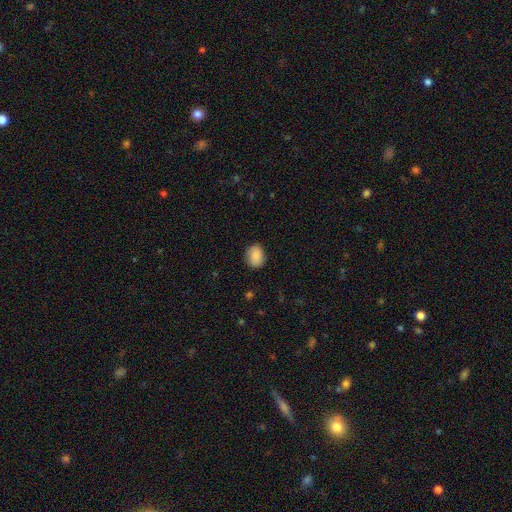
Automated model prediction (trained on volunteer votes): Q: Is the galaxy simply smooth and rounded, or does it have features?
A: smooth — 87%.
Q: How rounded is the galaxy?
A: in between — 55%.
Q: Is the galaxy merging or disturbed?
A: none — 84%.